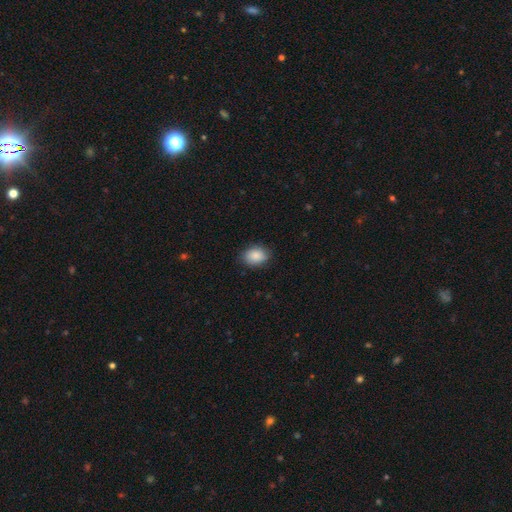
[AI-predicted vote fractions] smooth_or_featured: smooth (p=0.88) [alt: star or artifact p=0.07]
how_rounded: in between (p=0.74) [alt: round p=0.25]
merging: none (p=0.83) [alt: minor disturbance p=0.13]